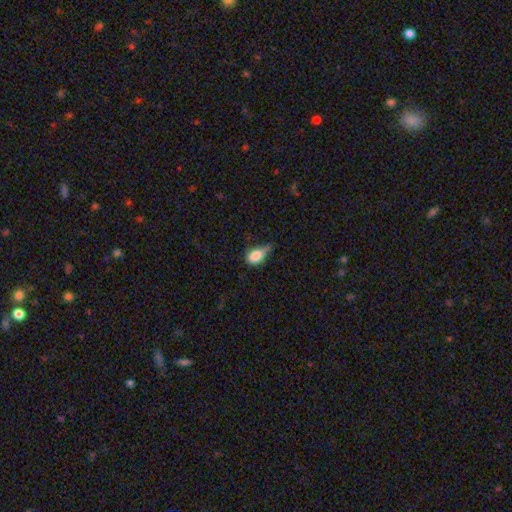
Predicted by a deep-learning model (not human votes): Smooth or featured? smooth (82%)
How rounded? in between (83%)
Merging? minor disturbance (48%)